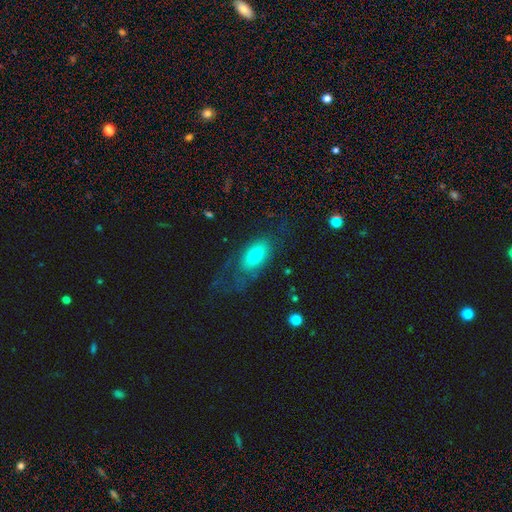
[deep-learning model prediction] smooth 44% (tied), featured or disk 44% (tied), star or artifact 12%. Down the decision tree: merging — none (53%).